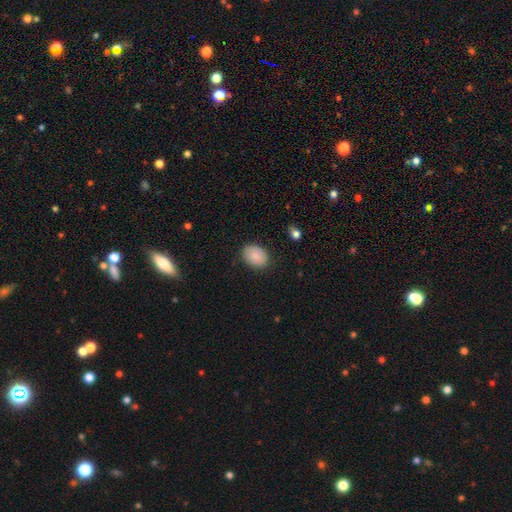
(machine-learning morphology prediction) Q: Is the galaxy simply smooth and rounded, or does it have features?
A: smooth — 83%.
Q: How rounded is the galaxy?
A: in between — 75%.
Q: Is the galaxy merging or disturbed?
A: none — 85%.